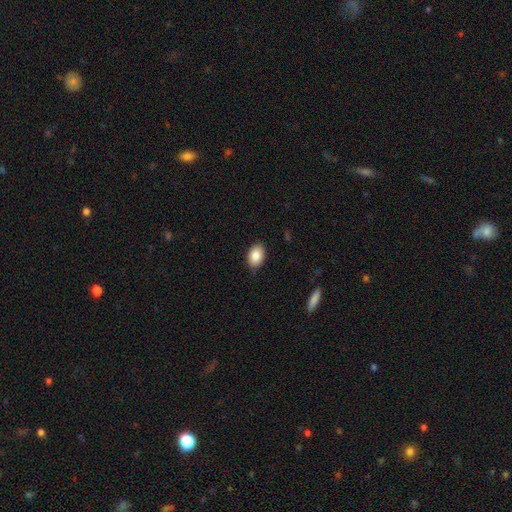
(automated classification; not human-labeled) smooth-or-featured: smooth: 86% | star or artifact: 7% | featured or disk: 7%
  how-rounded: in between: 86% | round: 13% | cigar-shaped: 1%
  merging: none: 84% | minor disturbance: 13% | major disturbance: 2% | merger: 1%